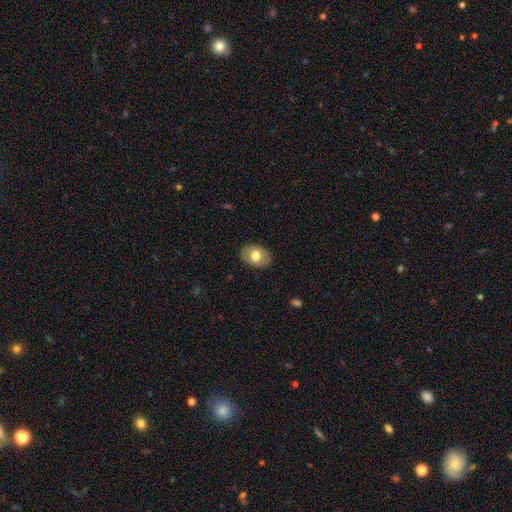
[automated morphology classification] This appears to be a smooth galaxy with no disk features (72%) that is in between round and cigar-shaped (76%). Merging: none (87%).